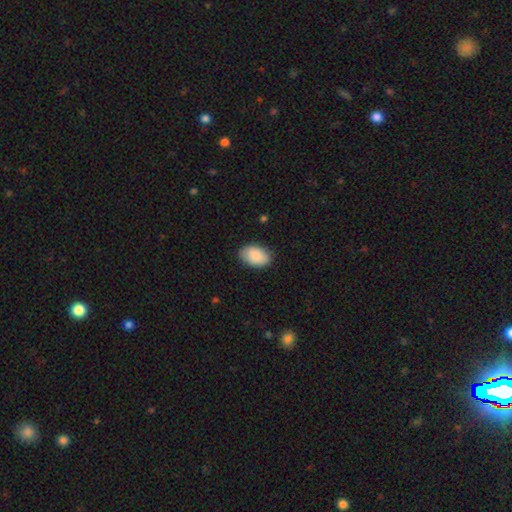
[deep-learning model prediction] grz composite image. It shows a smooth galaxy with no disk features (89%) that is in between round and cigar-shaped (91%). Merging: none (83%).